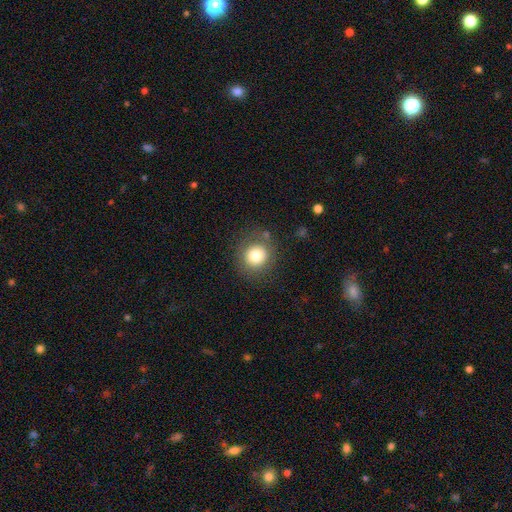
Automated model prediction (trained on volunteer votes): This is likely a smooth galaxy (78%). How rounded: clearly round (90%). Merging: clearly none (82%).